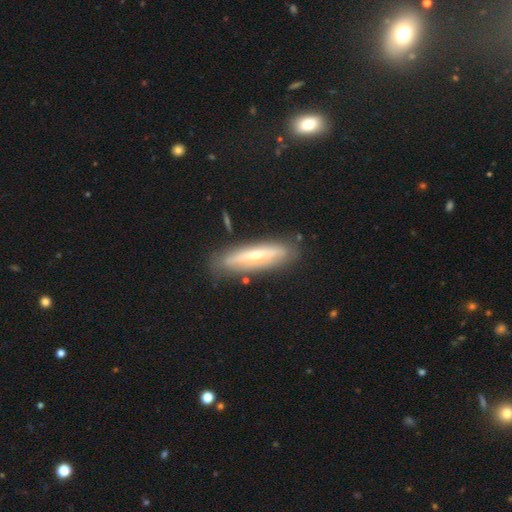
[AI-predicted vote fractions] This is possibly a featured or disk galaxy (57%). It is likely viewed edge-on (63%). Merging: clearly none (82%).